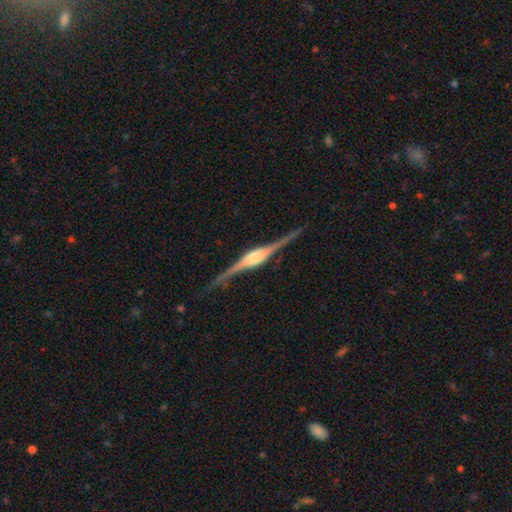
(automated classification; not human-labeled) Smooth or featured? Predicted: featured or disk (p=0.88). Edge-on disk? Predicted: yes (p=0.98). Edge-on bulge? Predicted: rounded (p=0.81). Merging? Predicted: none (p=0.86).